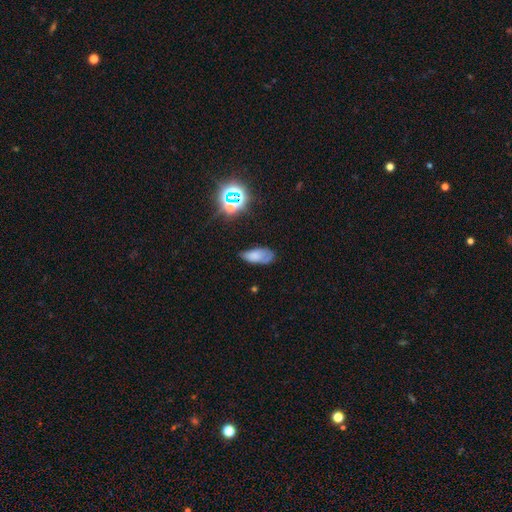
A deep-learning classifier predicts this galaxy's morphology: type=smooth (68%); roundness=in between (88%); merging=none (48%).